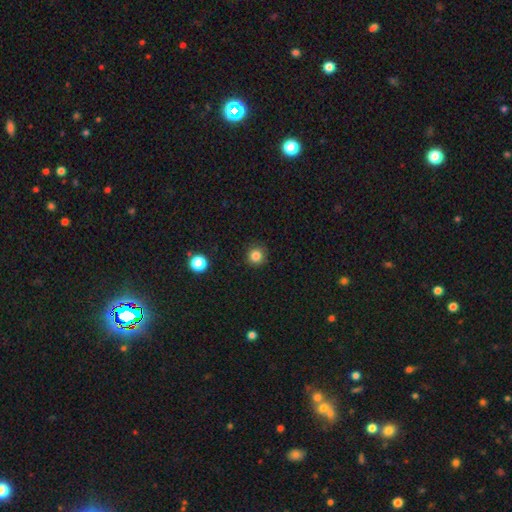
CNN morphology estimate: A smooth galaxy with no disk features (83%) that is round (95%). Merging: none (90%).